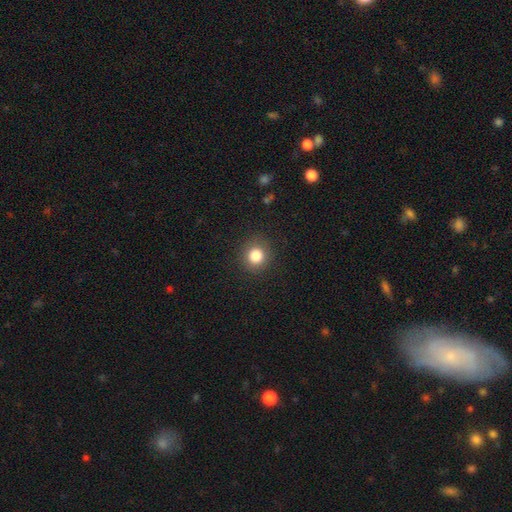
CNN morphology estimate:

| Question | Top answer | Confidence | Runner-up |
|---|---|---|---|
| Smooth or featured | smooth | 84% | star or artifact (11%) |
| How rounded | round | 88% | in between (11%) |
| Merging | none | 88% | minor disturbance (8%) |